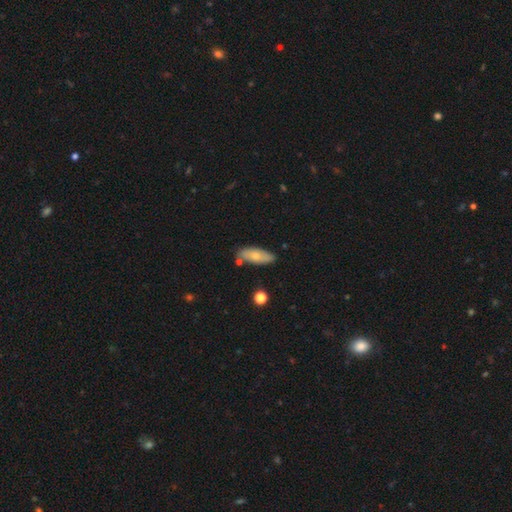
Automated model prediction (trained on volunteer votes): Smooth or featured: smooth — 69% (featured or disk — 25%)
How rounded: in between — 78% (cigar-shaped — 20%)
Merging: none — 77% (minor disturbance — 15%)